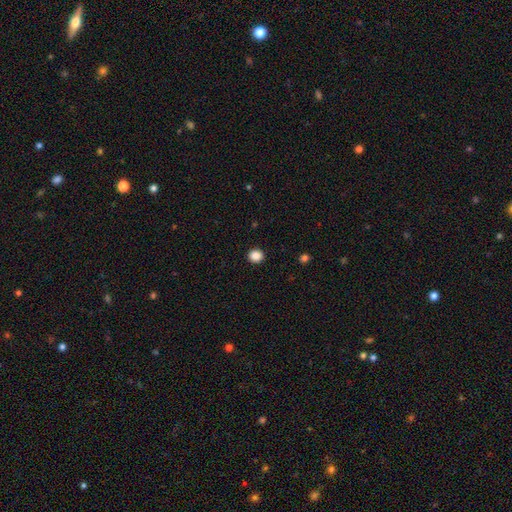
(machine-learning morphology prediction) Smooth or featured? Predicted: smooth (p=0.88). How rounded? Predicted: round (p=0.84). Merging? Predicted: none (p=0.93).